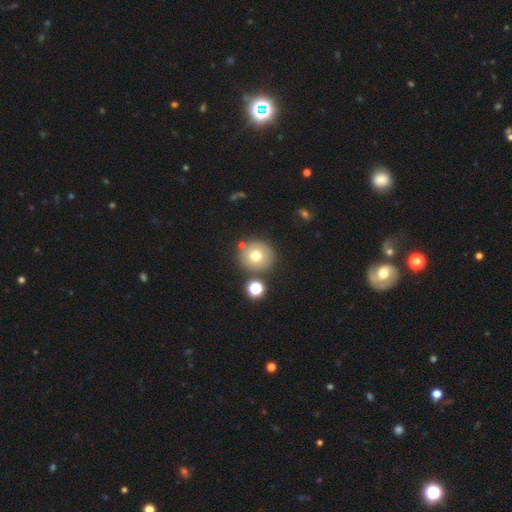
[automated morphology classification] Smooth or featured? smooth (72%)
How rounded? round (93%)
Merging? none (80%)